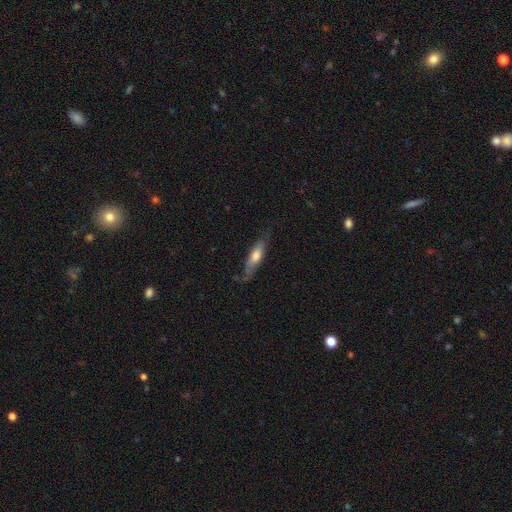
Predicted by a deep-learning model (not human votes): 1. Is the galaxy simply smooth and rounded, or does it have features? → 55% smooth, 39% featured or disk, 6% star or artifact.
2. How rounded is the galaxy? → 61% cigar-shaped, 37% in between, 2% round.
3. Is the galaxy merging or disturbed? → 67% none, 24% minor disturbance, 7% major disturbance, 1% merger.